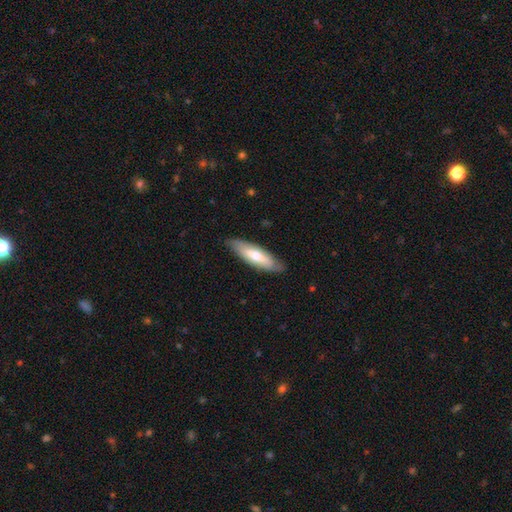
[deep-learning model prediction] Q: Smooth or featured?
A: smooth (55%); runner-up: featured or disk (40%)
Q: How rounded?
A: cigar-shaped (55%); runner-up: in between (43%)
Q: Merging?
A: none (85%); runner-up: minor disturbance (12%)